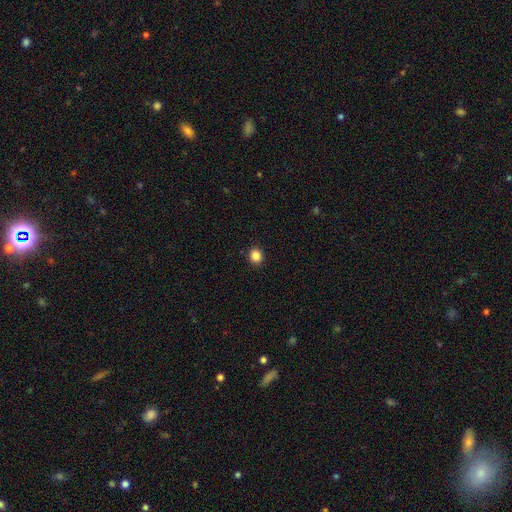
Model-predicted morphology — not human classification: type=smooth (85%); roundness=round (82%); merging=none (92%).